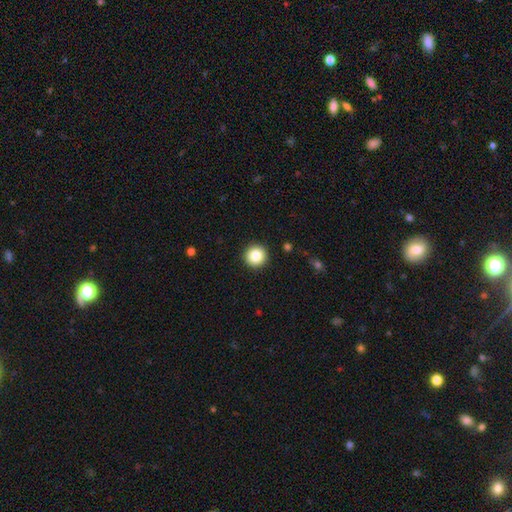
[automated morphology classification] Overall: smooth (86%). How rounded: round (96%). Merging: none (93%).